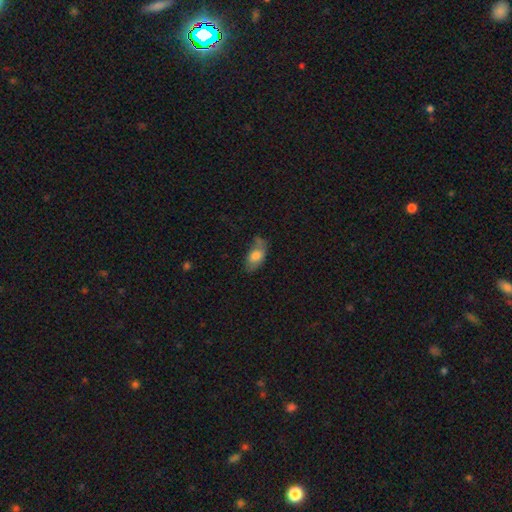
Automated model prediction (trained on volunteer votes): smooth-or-featured: smooth: 74% | featured or disk: 19% | star or artifact: 7%
  how-rounded: in between: 91% | round: 5% | cigar-shaped: 4%
  merging: none: 52% | minor disturbance: 31% | major disturbance: 10% | merger: 7%